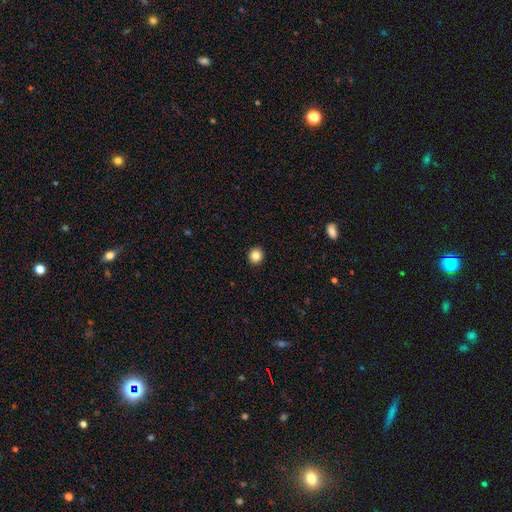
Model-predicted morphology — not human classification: This appears to be a smooth galaxy with no disk features (85%) that is round (88%). Merging: none (93%).